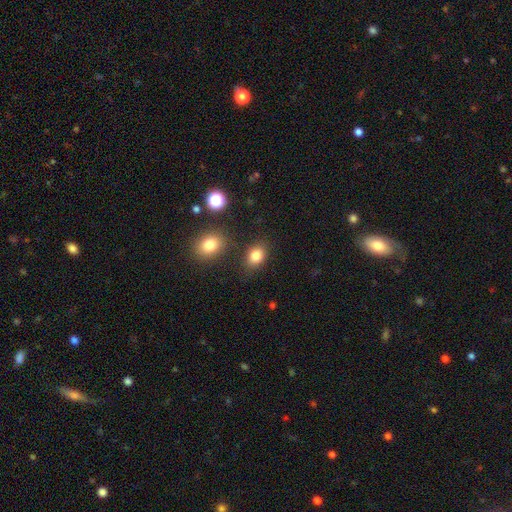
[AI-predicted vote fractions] Smooth or featured? Predicted: smooth (p=0.83). How rounded? Predicted: in between (p=0.68). Merging? Predicted: none (p=0.80).